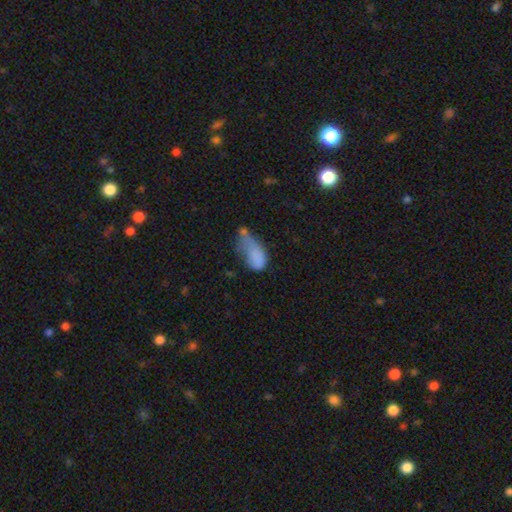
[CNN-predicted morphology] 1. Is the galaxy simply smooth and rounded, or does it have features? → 73% smooth, 17% featured or disk, 11% star or artifact.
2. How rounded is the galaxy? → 88% in between, 6% round, 5% cigar-shaped.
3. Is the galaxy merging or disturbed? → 45% major disturbance, 27% minor disturbance, 17% none, 12% merger.